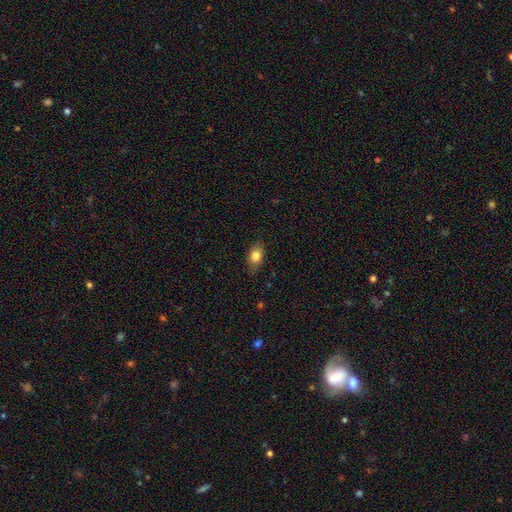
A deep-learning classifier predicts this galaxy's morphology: A smooth galaxy with no disk features (82%) that is in between round and cigar-shaped (79%). Merging: none (82%).